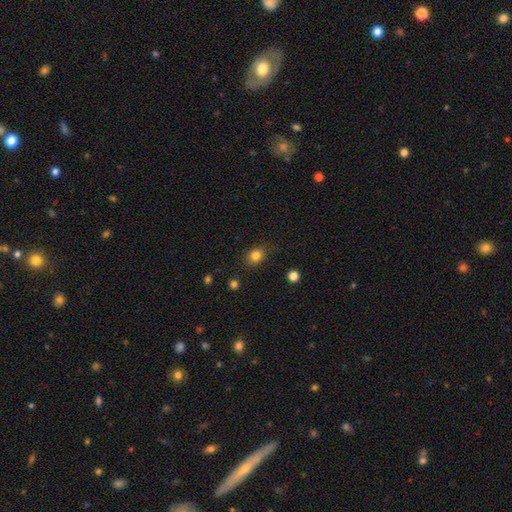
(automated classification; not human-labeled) Smooth or featured?
  - smooth: 82% *
  - star or artifact: 12%
  - featured or disk: 6%
How rounded?
  - round: 63% *
  - in between: 36%
  - cigar-shaped: 1%
Merging?
  - none: 82% *
  - minor disturbance: 13%
  - major disturbance: 3%
  - merger: 2%